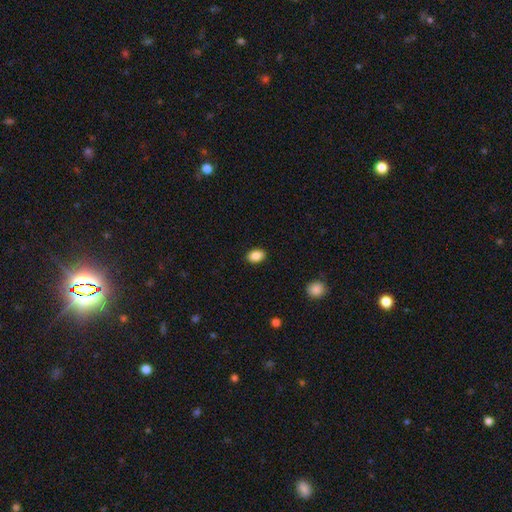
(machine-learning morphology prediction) This appears to be a smooth galaxy with no disk features (88%) that is in between round and cigar-shaped (80%). Merging: none (90%).